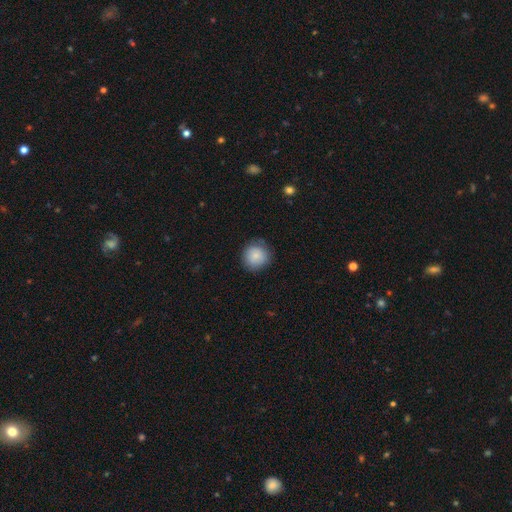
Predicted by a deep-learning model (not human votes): Morphology: type=smooth (84%); roundness=round (91%); merging=none (80%).